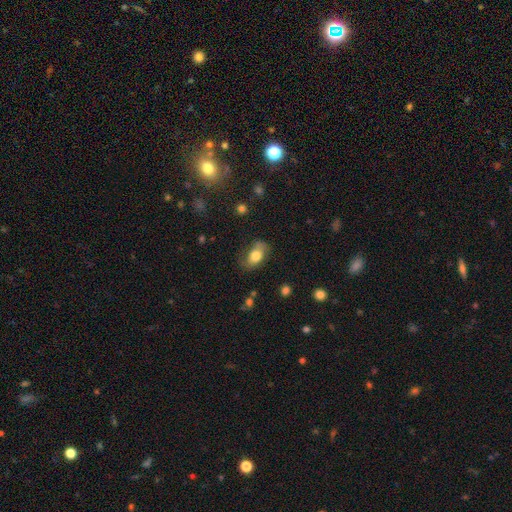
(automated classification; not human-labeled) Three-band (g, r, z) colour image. It shows a smooth galaxy with no disk features (65%) that is in between round and cigar-shaped (87%). Merging: none (62%).